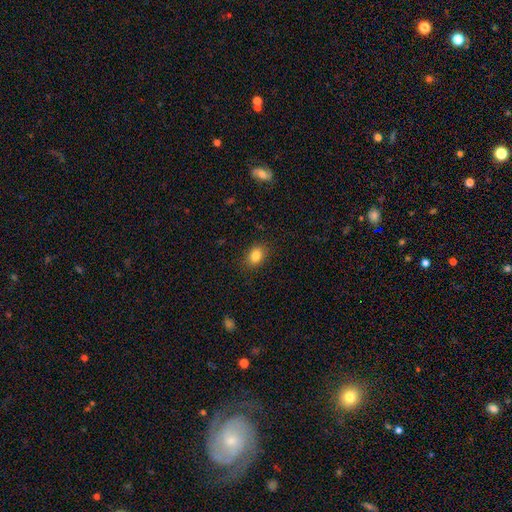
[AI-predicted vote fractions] Q: Smooth or featured?
A: smooth (84%); runner-up: star or artifact (10%)
Q: How rounded?
A: in between (72%); runner-up: round (27%)
Q: Merging?
A: none (86%); runner-up: minor disturbance (10%)